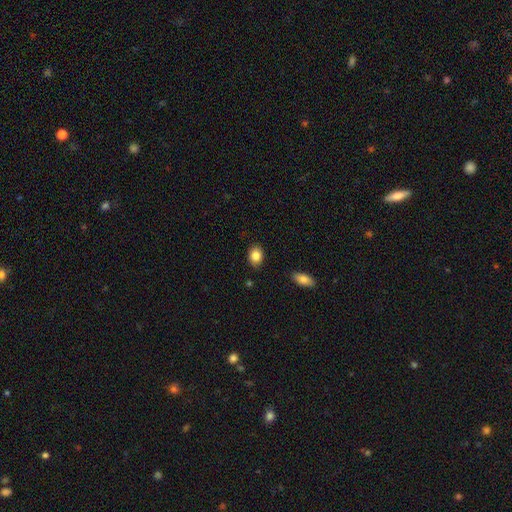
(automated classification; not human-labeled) Overall: smooth (84%). How rounded: in between (63%; round 36%). Merging: none (87%).